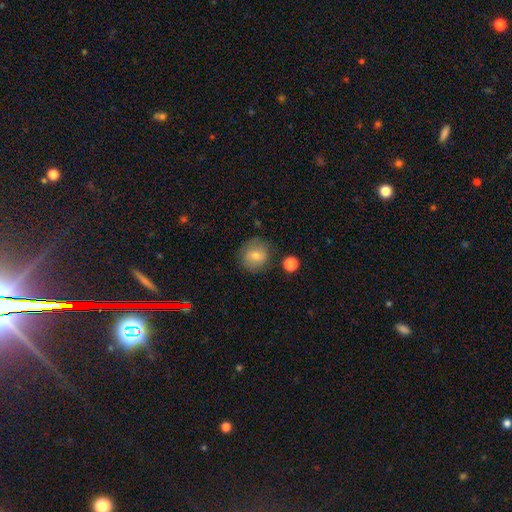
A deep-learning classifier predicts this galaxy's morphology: A smooth galaxy with no disk features (70%) that is round (86%).

Vote fractions:
- Smooth or featured? smooth: 70% / featured or disk: 19% / star or artifact: 10%
- How rounded? round: 86% / in between: 13% / cigar-shaped: 1%
- Merging? none: 80% / minor disturbance: 13% / major disturbance: 4% / merger: 3%